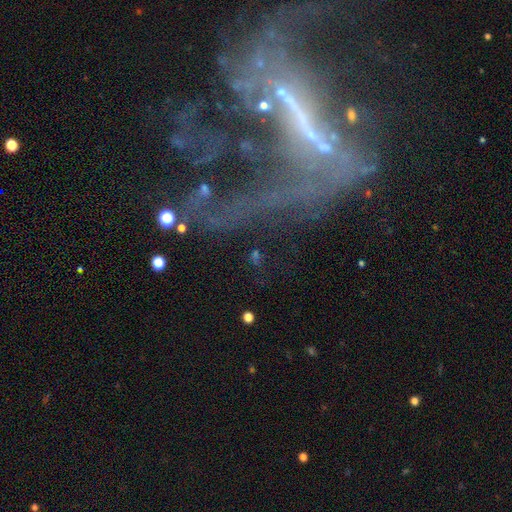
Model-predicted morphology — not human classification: A star or artifact, not a galaxy (36%, tied with featured or disk).